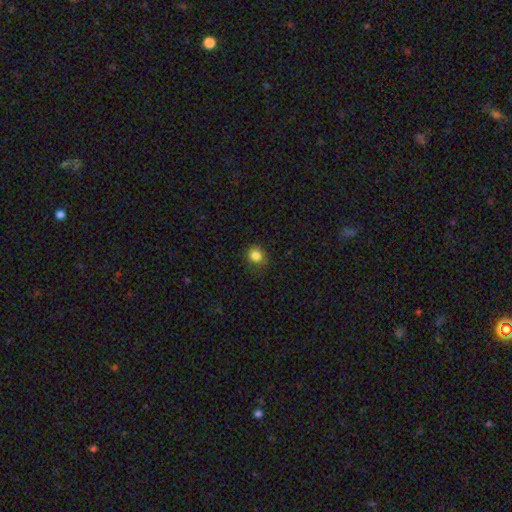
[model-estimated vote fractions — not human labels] Smooth or featured? smooth (85%)
How rounded? round (86%)
Merging? none (84%)